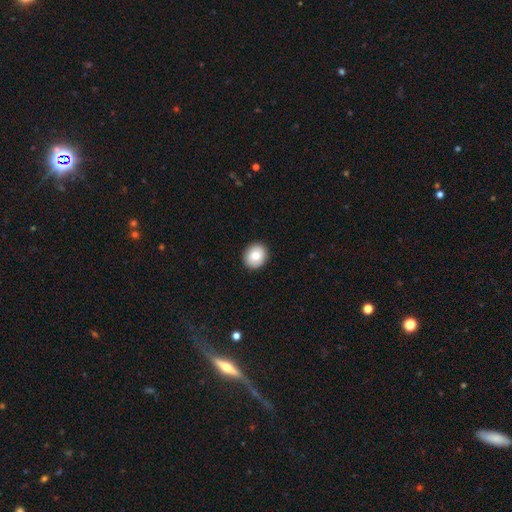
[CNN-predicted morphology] Smooth or featured?
  - smooth: 78% *
  - featured or disk: 14%
  - star or artifact: 8%
How rounded?
  - round: 76% *
  - in between: 23%
  - cigar-shaped: 1%
Merging?
  - none: 92% *
  - minor disturbance: 6%
  - major disturbance: 2%
  - merger: 1%